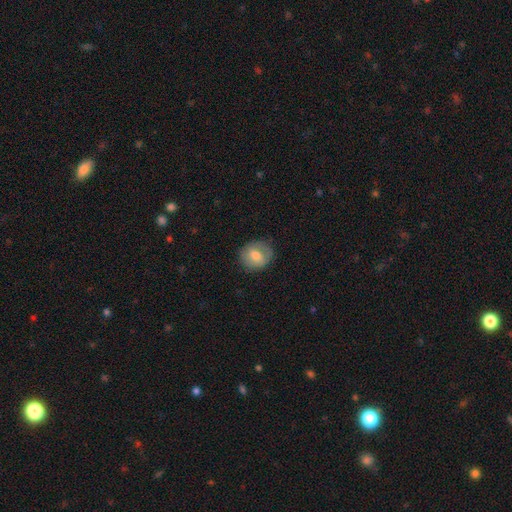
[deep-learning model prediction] smooth 67%, featured or disk 25%, star or artifact 7%. Down the decision tree: how rounded — round (74%); merging — none (79%).